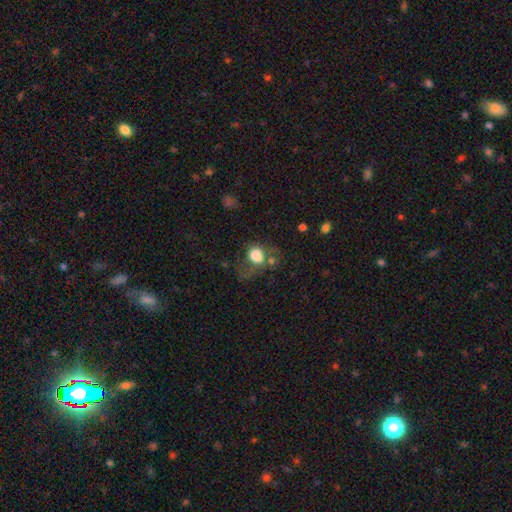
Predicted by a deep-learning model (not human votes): A smooth galaxy with no disk features (70%) that is round (53%).

Vote fractions:
- Smooth or featured? smooth: 70% / featured or disk: 19% / star or artifact: 11%
- How rounded? round: 53% / in between: 46% / cigar-shaped: 1%
- Merging? major disturbance: 34% / none: 30% / minor disturbance: 20% / merger: 16%